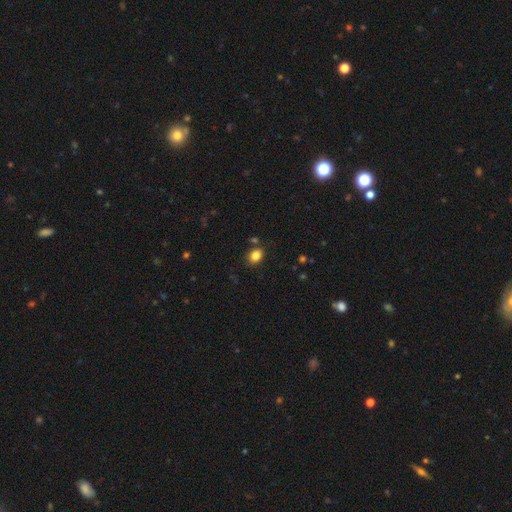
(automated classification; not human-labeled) A smooth galaxy with no disk features (84%) that is in between round and cigar-shaped (61%).

Vote fractions:
- Smooth or featured? smooth: 84% / star or artifact: 10% / featured or disk: 5%
- How rounded? in between: 61% / round: 38% / cigar-shaped: 1%
- Merging? none: 81% / minor disturbance: 11% / merger: 5% / major disturbance: 3%